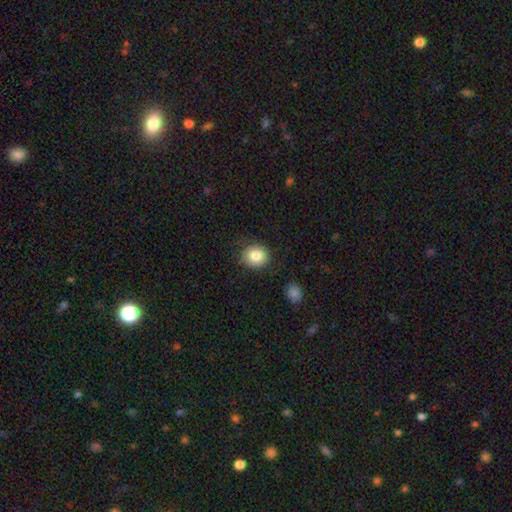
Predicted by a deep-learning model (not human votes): Smooth or featured?
  - smooth: 83% *
  - star or artifact: 9%
  - featured or disk: 8%
How rounded?
  - round: 76% *
  - in between: 23%
  - cigar-shaped: 1%
Merging?
  - none: 82% *
  - minor disturbance: 12%
  - major disturbance: 4%
  - merger: 2%